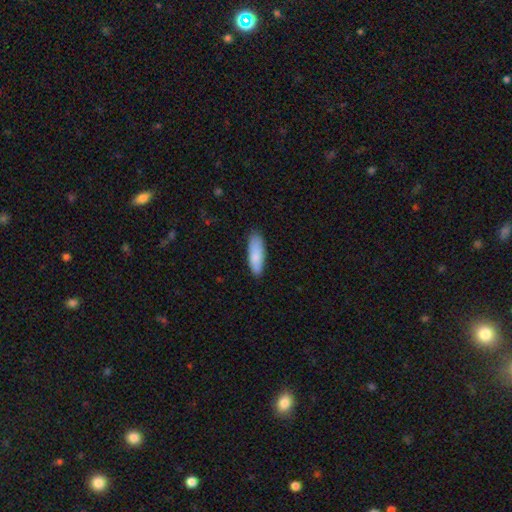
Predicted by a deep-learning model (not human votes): Q: Smooth or featured?
A: smooth (86%); runner-up: featured or disk (9%)
Q: How rounded?
A: in between (52%); runner-up: cigar-shaped (46%)
Q: Merging?
A: none (84%); runner-up: minor disturbance (12%)